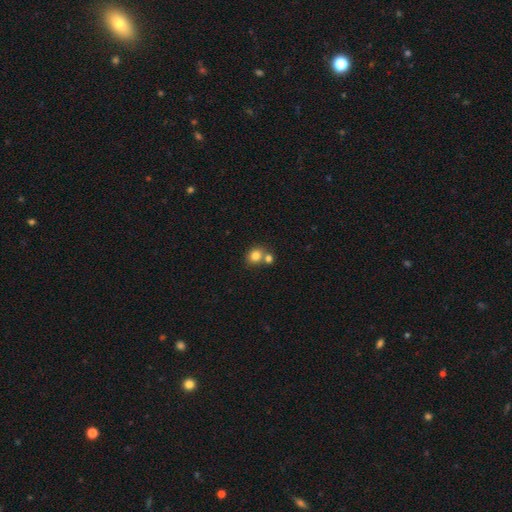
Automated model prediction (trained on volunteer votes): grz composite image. It shows a smooth galaxy with no disk features (81%) that is round (70%). Merging: none (53%).